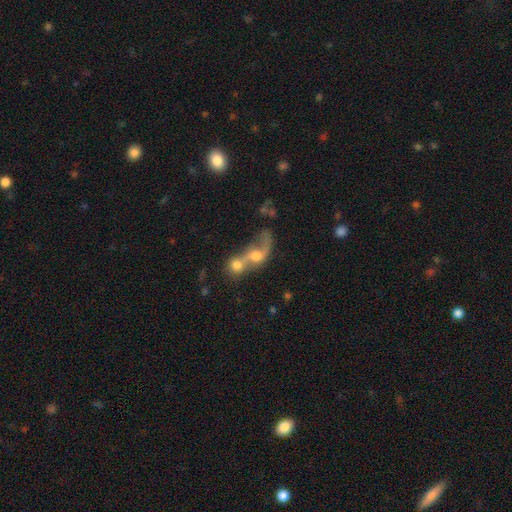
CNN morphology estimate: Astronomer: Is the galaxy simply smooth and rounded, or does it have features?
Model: smooth — 43% (runner-up: featured or disk, 42%).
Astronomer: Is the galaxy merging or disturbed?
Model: merger — 74%.